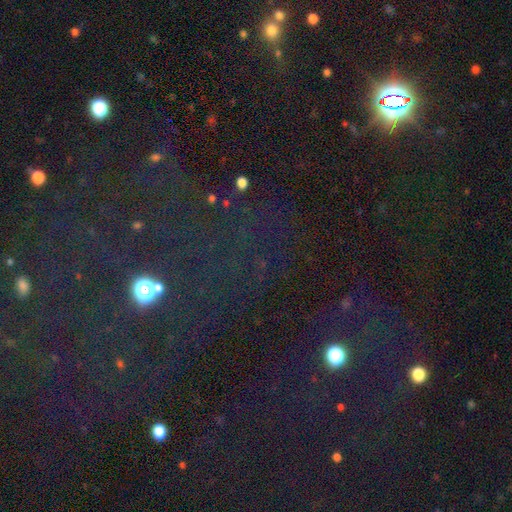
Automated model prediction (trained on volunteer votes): The model was most divided on "smooth or featured": star or artifact: 76%, smooth: 16%, featured or disk: 8%.